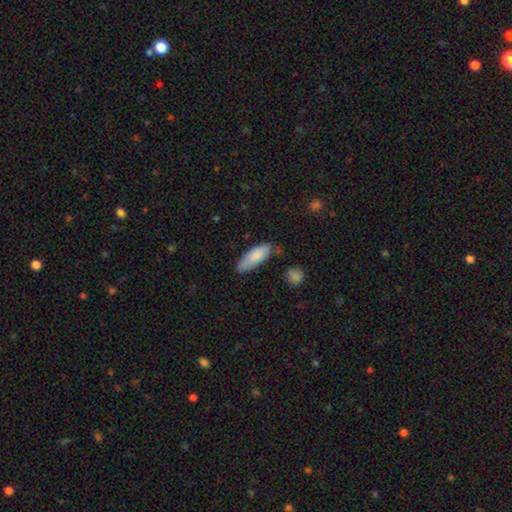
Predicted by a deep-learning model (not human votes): Smooth or featured? Predicted: smooth (p=0.85). How rounded? Predicted: in between (p=0.64). Merging? Predicted: none (p=0.68).